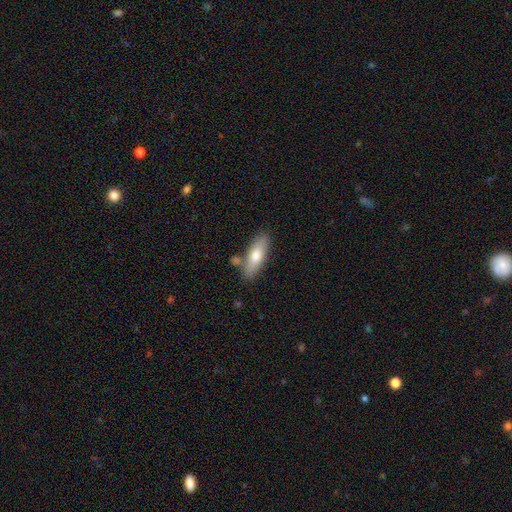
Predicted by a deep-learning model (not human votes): smooth-or-featured: smooth: 69% | featured or disk: 25% | star or artifact: 6%
  how-rounded: in between: 54% | cigar-shaped: 43% | round: 2%
  merging: none: 75% | minor disturbance: 13% | merger: 9% | major disturbance: 3%